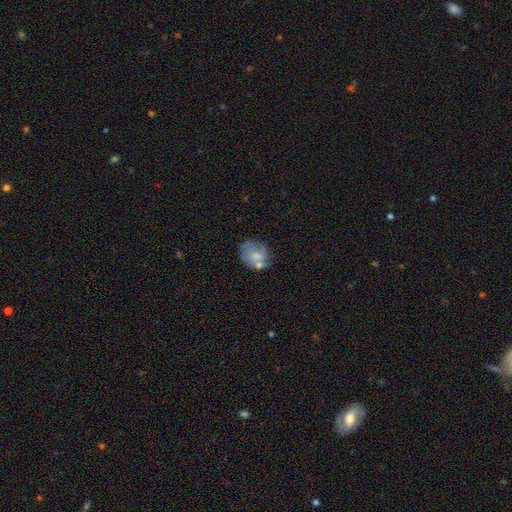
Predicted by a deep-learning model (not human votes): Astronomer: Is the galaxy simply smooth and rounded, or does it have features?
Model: smooth — 50% (runner-up: featured or disk, 41%).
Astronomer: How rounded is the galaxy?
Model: round — 58% (runner-up: in between, 41%).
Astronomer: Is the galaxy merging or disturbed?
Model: none — 44% (runner-up: minor disturbance, 23%).